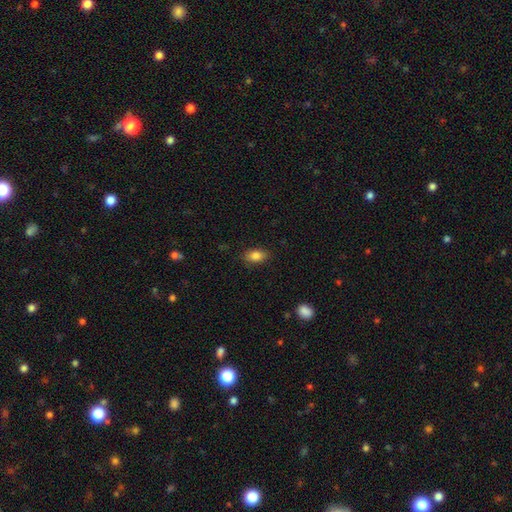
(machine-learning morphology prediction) This is clearly a smooth galaxy (85%). How rounded: clearly in between (85%). Merging: clearly none (85%).